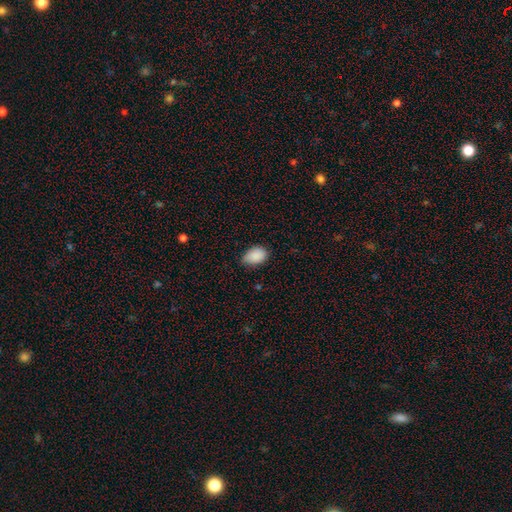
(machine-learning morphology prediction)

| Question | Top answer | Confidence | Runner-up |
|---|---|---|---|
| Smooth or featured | smooth | 89% | star or artifact (7%) |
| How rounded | in between | 88% | round (11%) |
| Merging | none | 68% | minor disturbance (27%) |